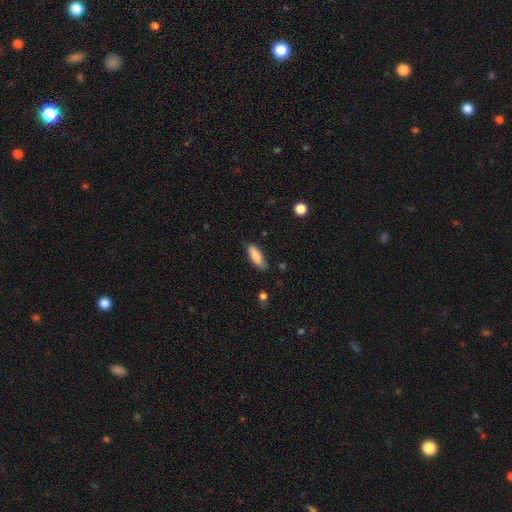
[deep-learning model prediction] Smooth or featured?
  - smooth: 85% *
  - featured or disk: 9%
  - star or artifact: 6%
How rounded?
  - in between: 64% *
  - cigar-shaped: 34%
  - round: 2%
Merging?
  - none: 75% *
  - minor disturbance: 20%
  - major disturbance: 4%
  - merger: 2%